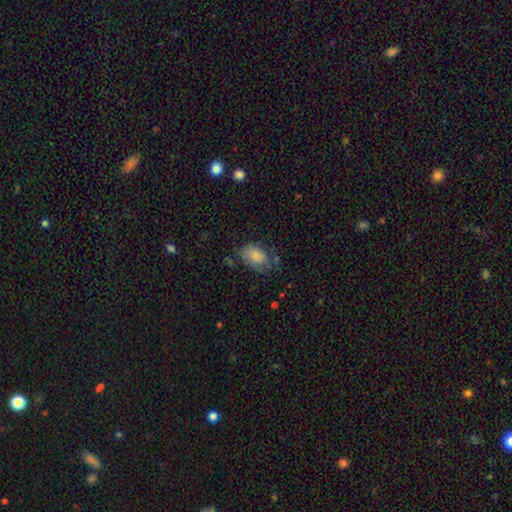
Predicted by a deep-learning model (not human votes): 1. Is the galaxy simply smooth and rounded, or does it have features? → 80% smooth, 12% featured or disk, 8% star or artifact.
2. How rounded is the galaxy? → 86% in between, 13% round, 1% cigar-shaped.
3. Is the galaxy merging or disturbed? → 53% none, 29% minor disturbance, 13% major disturbance, 5% merger.